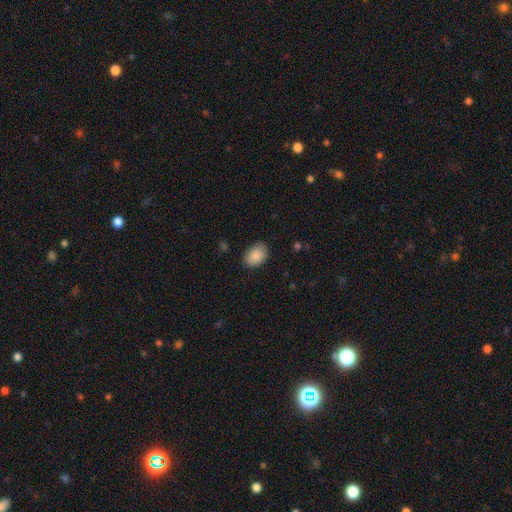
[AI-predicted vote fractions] A smooth galaxy with no disk features (88%) that is in between round and cigar-shaped (80%).

Vote fractions:
- Smooth or featured? smooth: 88% / star or artifact: 7% / featured or disk: 5%
- How rounded? in between: 80% / round: 19% / cigar-shaped: 1%
- Merging? none: 84% / minor disturbance: 13% / major disturbance: 3% / merger: 1%